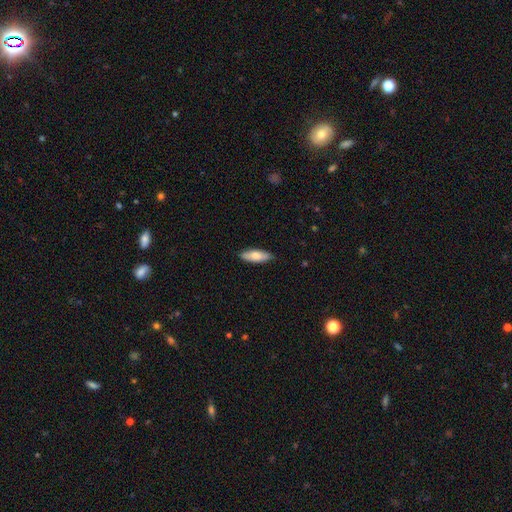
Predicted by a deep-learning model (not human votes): Smooth or featured? smooth (75%)
How rounded? in between (63%)
Merging? none (86%)